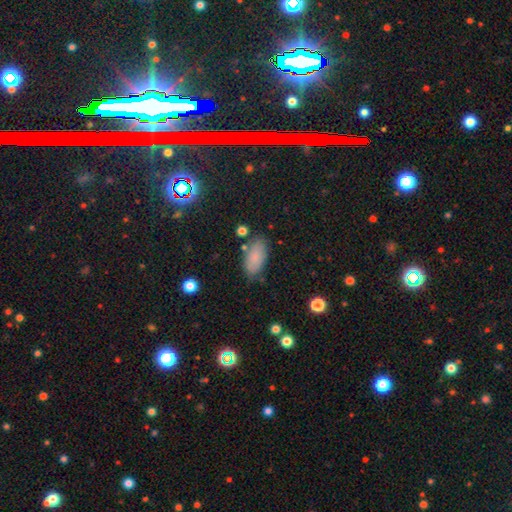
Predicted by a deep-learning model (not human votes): Smooth or featured? smooth (82%)
How rounded? in between (93%)
Merging? none (76%)